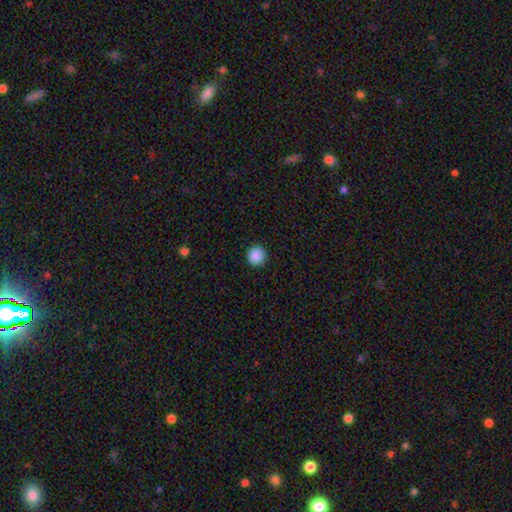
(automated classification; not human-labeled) A smooth galaxy with no disk features (89%) that is round (94%).

Vote fractions:
- Smooth or featured? smooth: 89% / star or artifact: 9% / featured or disk: 2%
- How rounded? round: 94% / in between: 5% / cigar-shaped: 1%
- Merging? none: 92% / minor disturbance: 5% / major disturbance: 2% / merger: 1%